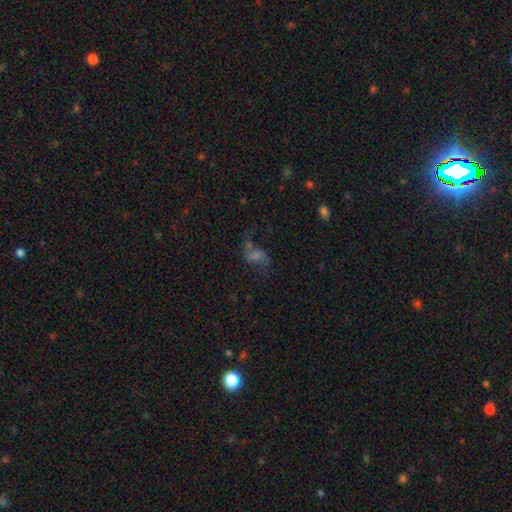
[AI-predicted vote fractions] Smooth or featured: featured or disk — 60% (smooth — 23%)
Edge-on disk: no — 97% (yes — 3%)
Bar: no — 45% (weak — 42%)
Spiral arms: yes — 84% (no — 16%)
Bulge size: small — 37% (none — 28%)
Merging: none — 55% (major disturbance — 20%)